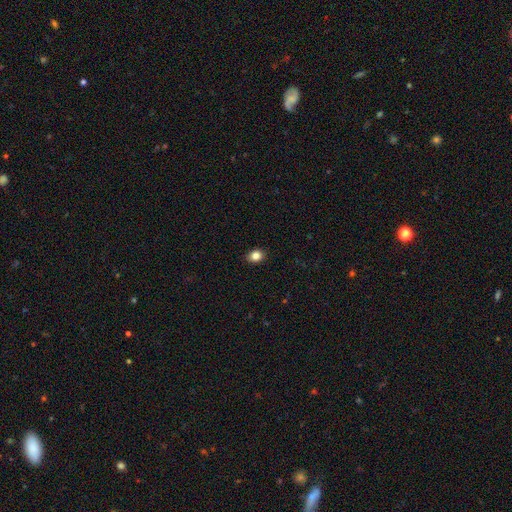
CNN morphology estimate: Overall: smooth (84%). How rounded: in between (52%; round 47%). Merging: none (89%).